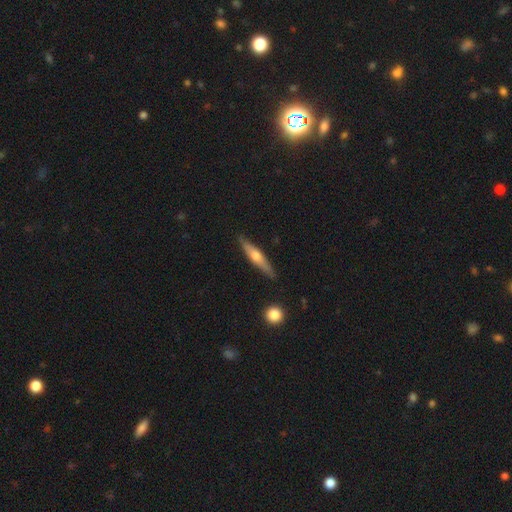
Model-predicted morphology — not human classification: type=featured or disk (56%); edge-on=yes (94%); edge-on bulge=rounded (88%); merging=none (86%).